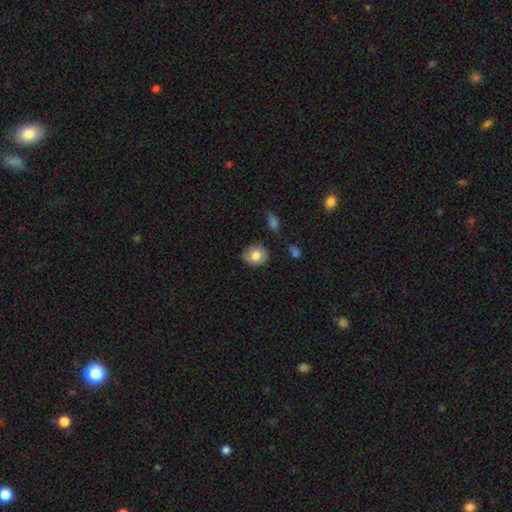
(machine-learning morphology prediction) type=smooth (78%); roundness=round (74%); merging=none (78%).